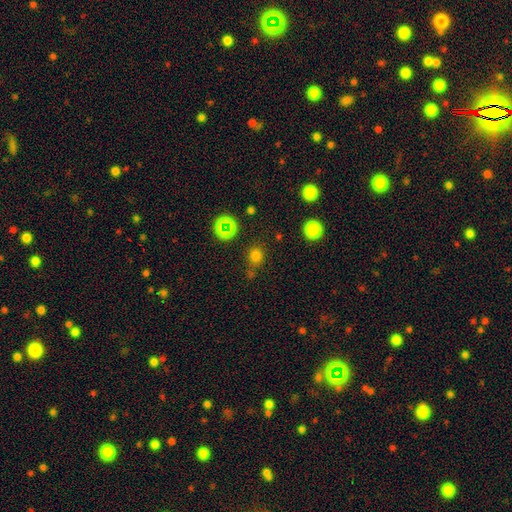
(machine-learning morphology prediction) type=smooth (68%); roundness=round (83%); merging=none (72%).